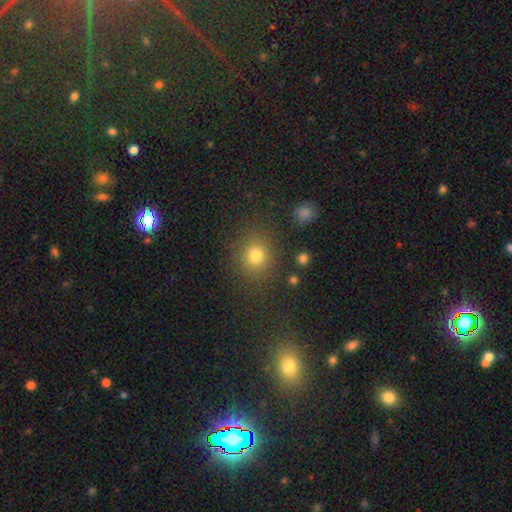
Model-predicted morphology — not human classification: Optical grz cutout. It shows a smooth galaxy with no disk features (77%) that is round (79%). Merging: none (82%).